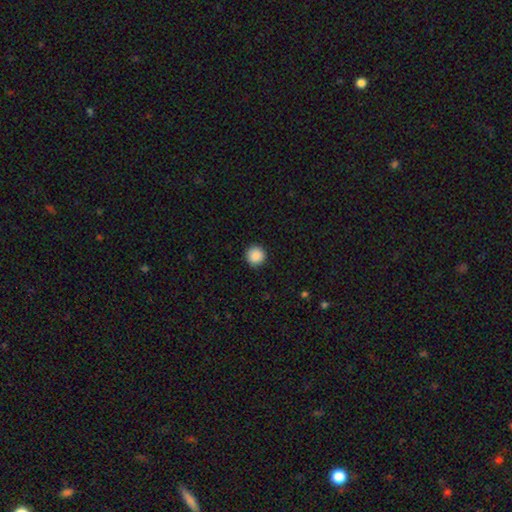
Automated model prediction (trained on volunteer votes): smooth 89%, star or artifact 8%, featured or disk 2%. Down the decision tree: how rounded — round (95%); merging — none (92%).